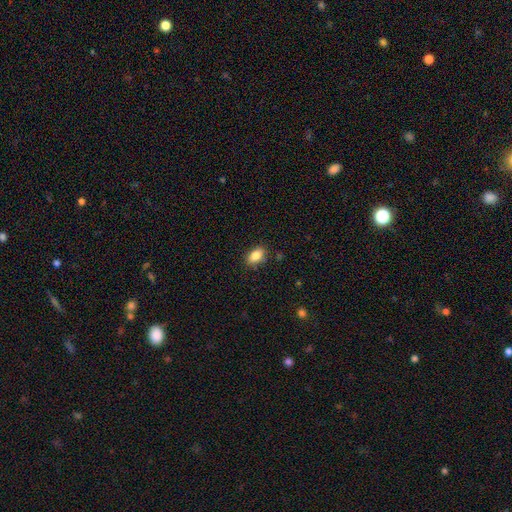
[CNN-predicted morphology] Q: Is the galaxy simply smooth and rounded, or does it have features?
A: smooth — 85%.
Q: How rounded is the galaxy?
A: in between — 87%.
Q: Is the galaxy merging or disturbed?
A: none — 84%.